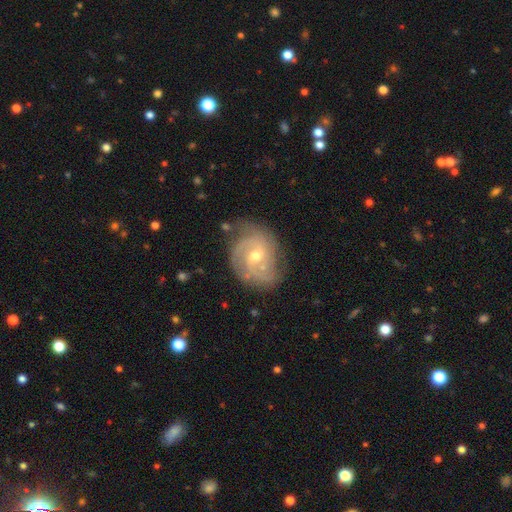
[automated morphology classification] Smooth or featured: featured or disk — 83% (smooth — 10%)
Edge-on disk: no — 97% (yes — 3%)
Bar: no — 48% (weak — 43%)
Spiral arms: yes — 95% (no — 5%)
Spiral winding: tight — 50% (medium — 38%)
Spiral arm count: 2 — 35% (3 — 27%)
Bulge size: moderate — 56% (small — 41%)
Merging: none — 69% (minor disturbance — 21%)